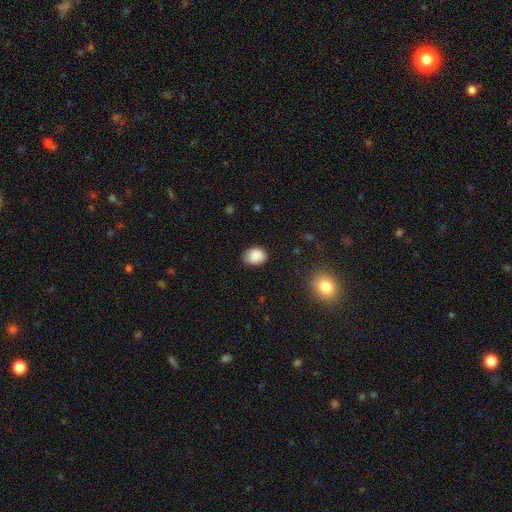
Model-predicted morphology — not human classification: smooth_or_featured: smooth (p=0.88) [alt: star or artifact p=0.08]
how_rounded: in between (p=0.59) [alt: round p=0.40]
merging: none (p=0.76) [alt: minor disturbance p=0.19]